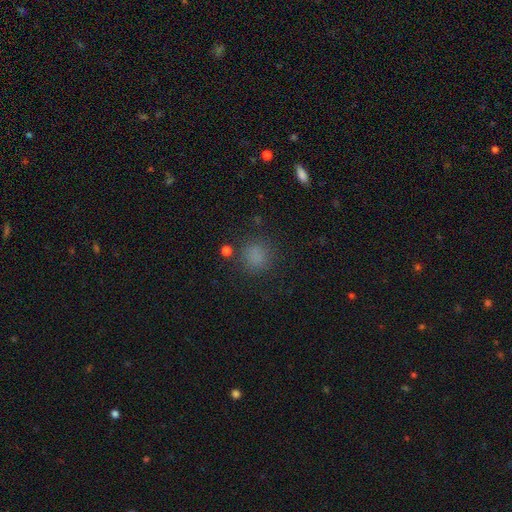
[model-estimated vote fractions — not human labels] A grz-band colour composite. It shows a smooth galaxy with no disk features (79%) that is round (88%). Merging: none (84%).